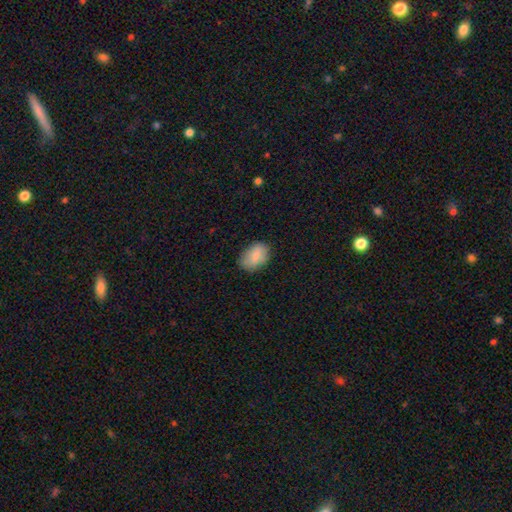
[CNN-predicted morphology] smooth 83%, featured or disk 10%, star or artifact 7%. Down the decision tree: how rounded — in between (86%); merging — none (78%).